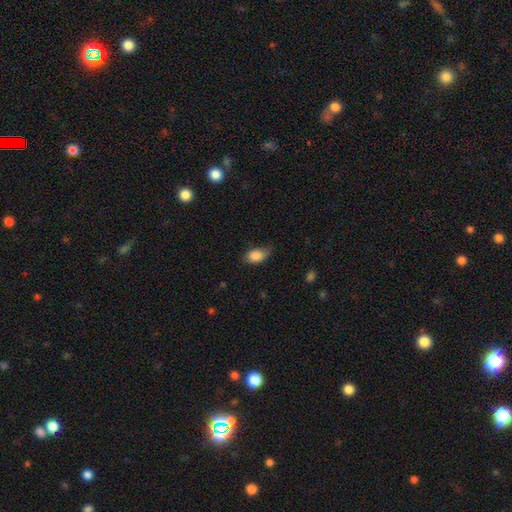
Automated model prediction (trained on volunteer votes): The model was most divided on "merging": none: 54%, minor disturbance: 36%, major disturbance: 9%, merger: 1%. More confident: how rounded — in between (87%); smooth or featured — smooth (85%).